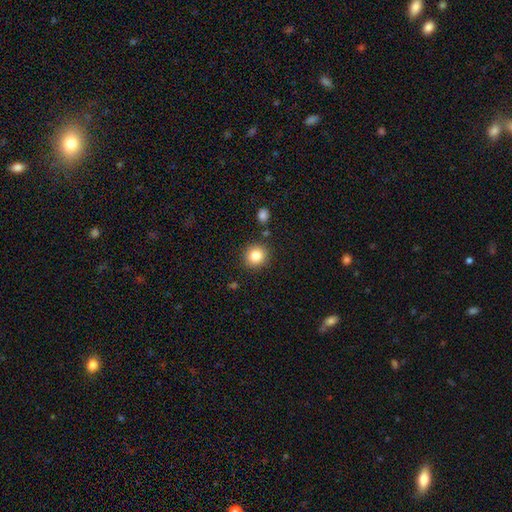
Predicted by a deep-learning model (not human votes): Overall: smooth (83%). How rounded: round (89%). Merging: none (87%).